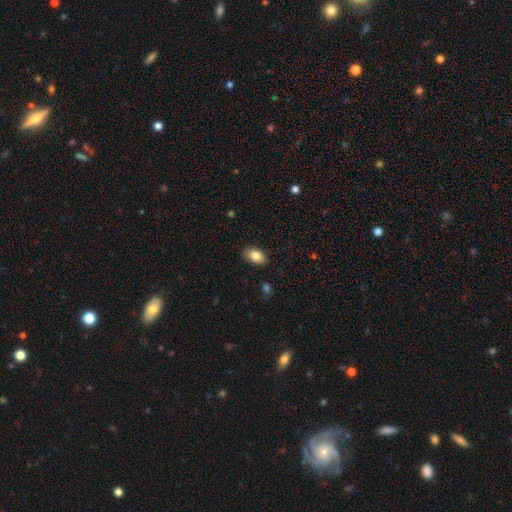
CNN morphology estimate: A smooth galaxy with no disk features (85%) that is in between round and cigar-shaped (91%).

Vote fractions:
- Smooth or featured? smooth: 85% / featured or disk: 8% / star or artifact: 7%
- How rounded? in between: 91% / round: 7% / cigar-shaped: 2%
- Merging? none: 85% / minor disturbance: 11% / major disturbance: 2% / merger: 1%